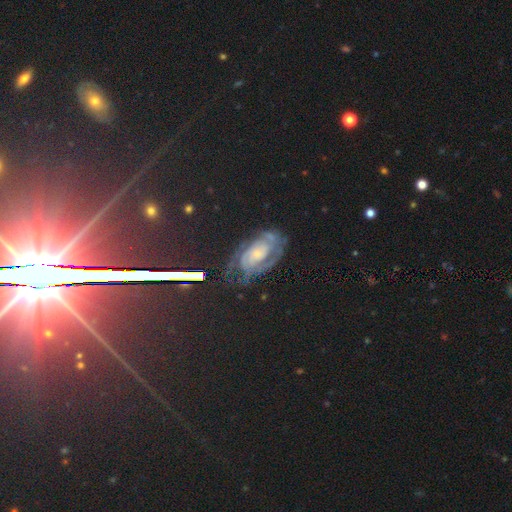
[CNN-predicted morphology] smooth_or_featured: featured or disk (p=0.55) [alt: star or artifact p=0.30]
disk_edge_on: no (p=0.92) [alt: yes p=0.08]
bar: no (p=0.56) [alt: weak p=0.33]
has_spiral_arms: yes (p=0.89) [alt: no p=0.11]
bulge_size: small (p=0.52) [alt: moderate p=0.36]
merging: none (p=0.73) [alt: minor disturbance p=0.17]